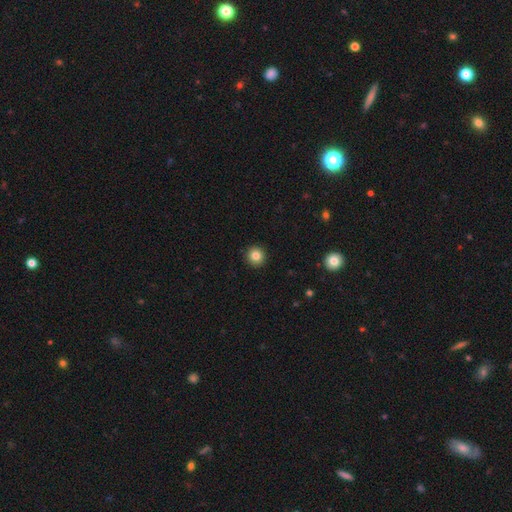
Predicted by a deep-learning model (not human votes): A smooth galaxy with no disk features (83%) that is round (94%).

Vote fractions:
- Smooth or featured? smooth: 83% / star or artifact: 11% / featured or disk: 6%
- How rounded? round: 94% / in between: 5% / cigar-shaped: 1%
- Merging? none: 93% / minor disturbance: 4% / major disturbance: 1% / merger: 1%